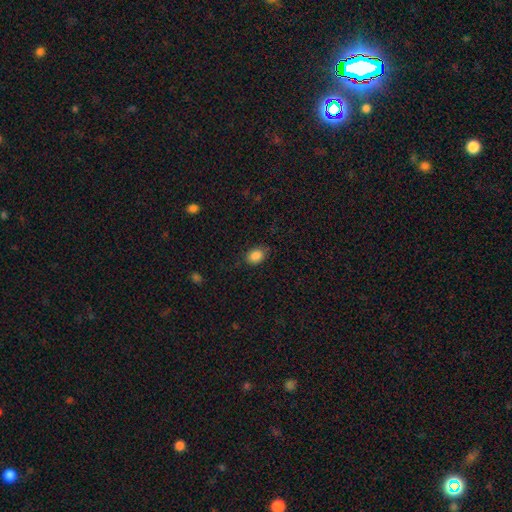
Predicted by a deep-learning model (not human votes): The model was most divided on "how rounded": in between: 69%, round: 30%, cigar-shaped: 1%. More confident: smooth or featured — smooth (86%); merging — none (79%).